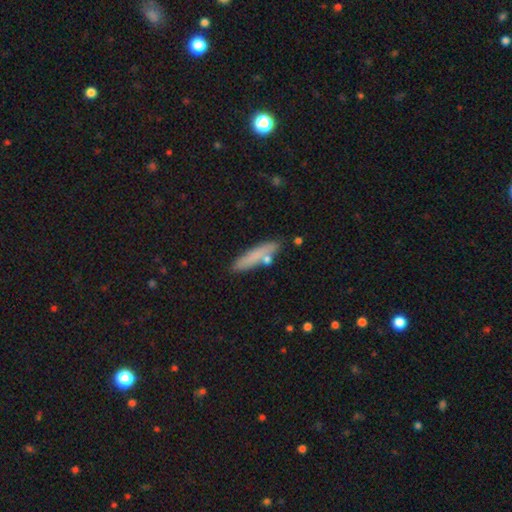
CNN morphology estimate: This appears to be a smooth galaxy with no disk features (75%) that is cigar-shaped (83%). Merging: none (79%).